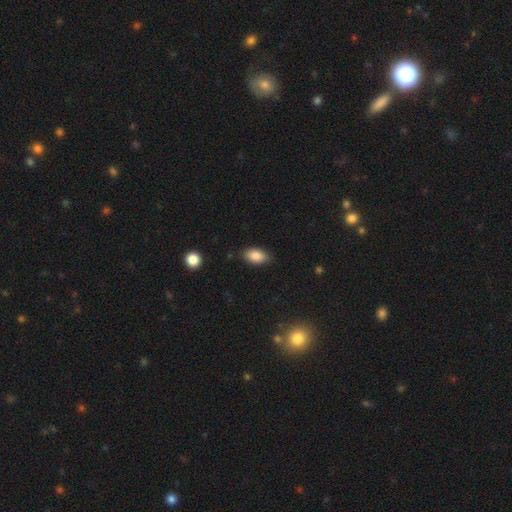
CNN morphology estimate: Smooth or featured?
  - smooth: 86% *
  - star or artifact: 8%
  - featured or disk: 6%
How rounded?
  - in between: 92% *
  - round: 6%
  - cigar-shaped: 2%
Merging?
  - none: 83% *
  - minor disturbance: 13%
  - major disturbance: 3%
  - merger: 2%